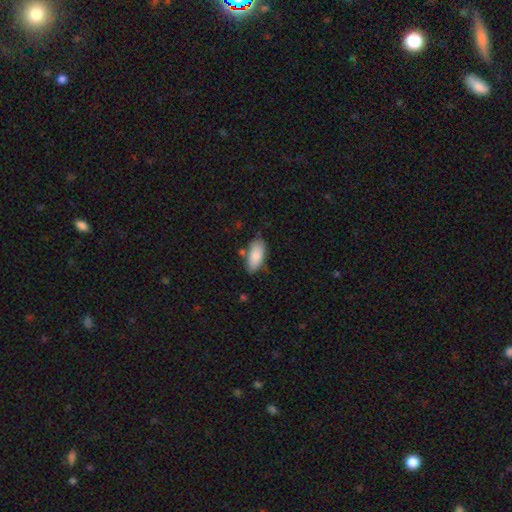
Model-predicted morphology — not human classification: This is clearly a smooth galaxy (86%). How rounded: clearly in between (88%). Merging: likely none (71%).